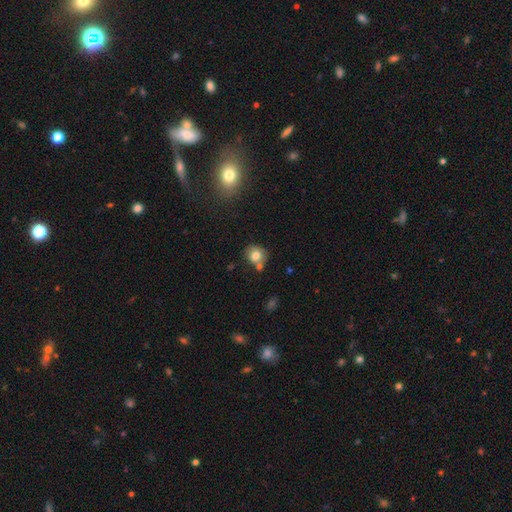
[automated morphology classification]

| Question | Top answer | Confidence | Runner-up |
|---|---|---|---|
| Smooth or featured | smooth | 76% | featured or disk (13%) |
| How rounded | round | 78% | in between (21%) |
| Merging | none | 60% | merger (23%) |